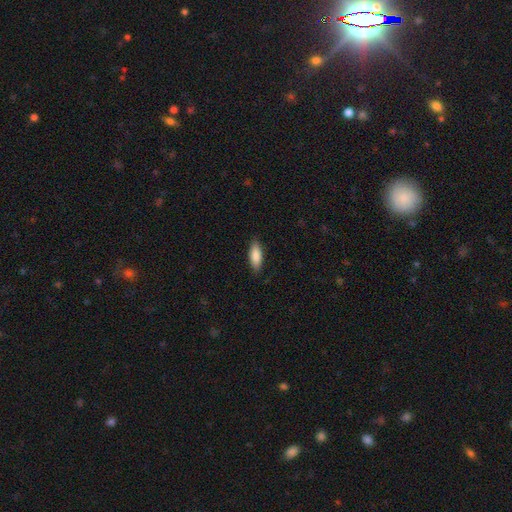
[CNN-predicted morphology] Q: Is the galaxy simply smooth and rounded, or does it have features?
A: smooth — 87%.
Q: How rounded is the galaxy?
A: in between — 70%.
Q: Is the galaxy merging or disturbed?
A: none — 86%.